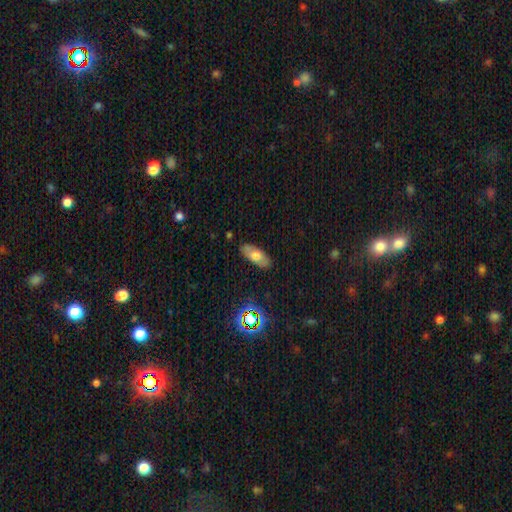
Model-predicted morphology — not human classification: This is likely a smooth galaxy (62%). How rounded: clearly in between (83%). Merging: clearly none (84%).